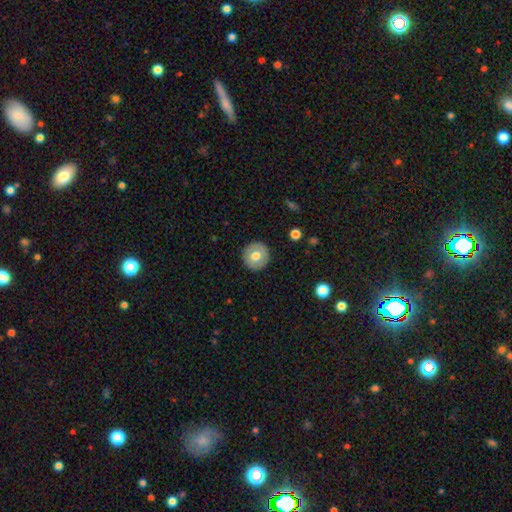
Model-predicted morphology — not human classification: A smooth galaxy with no disk features (68%) that is round (93%). Merging: none (90%).